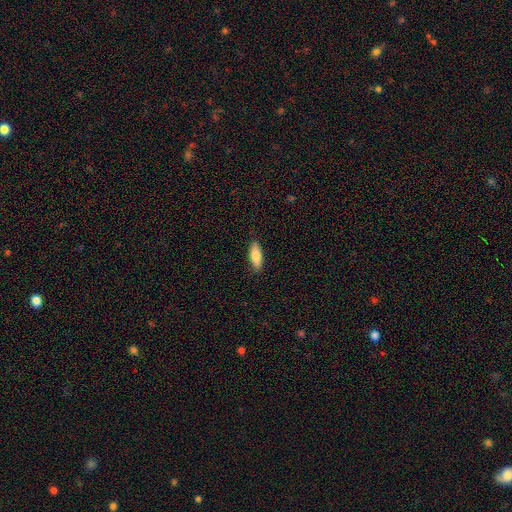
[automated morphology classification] Q: Smooth or featured?
A: smooth (84%); runner-up: featured or disk (10%)
Q: How rounded?
A: in between (66%); runner-up: cigar-shaped (32%)
Q: Merging?
A: none (87%); runner-up: minor disturbance (10%)